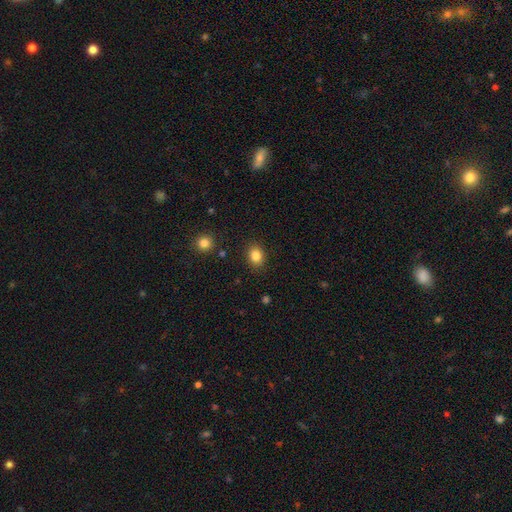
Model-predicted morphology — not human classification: The model was most divided on "how rounded": in between: 51%, round: 48%, cigar-shaped: 1%. More confident: merging — none (87%); smooth or featured — smooth (84%).